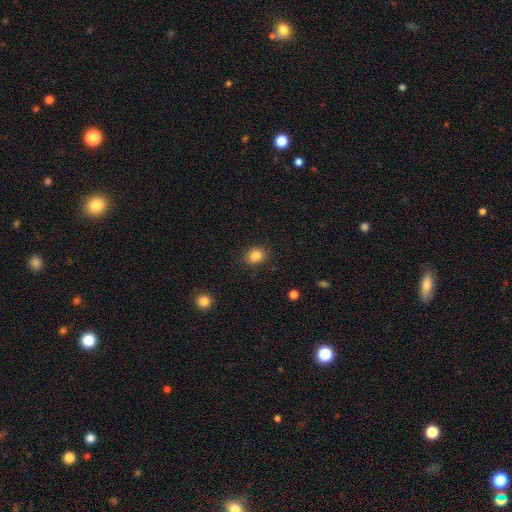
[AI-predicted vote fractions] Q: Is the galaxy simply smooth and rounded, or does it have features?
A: smooth — 84%.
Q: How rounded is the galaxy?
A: round — 58%.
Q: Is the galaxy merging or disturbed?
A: none — 88%.